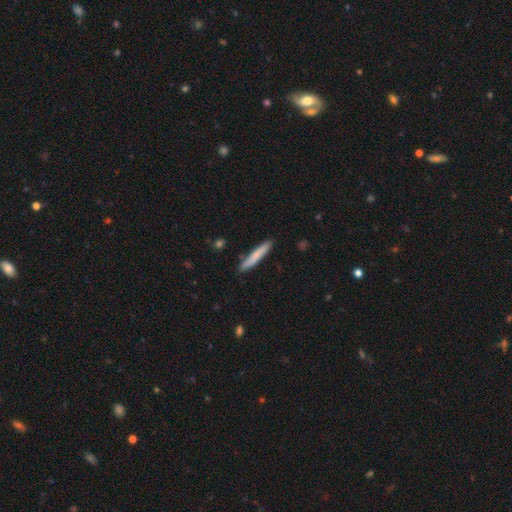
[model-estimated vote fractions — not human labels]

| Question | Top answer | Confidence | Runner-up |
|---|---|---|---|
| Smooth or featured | smooth | 74% | featured or disk (20%) |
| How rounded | cigar-shaped | 95% | in between (4%) |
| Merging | none | 88% | minor disturbance (9%) |